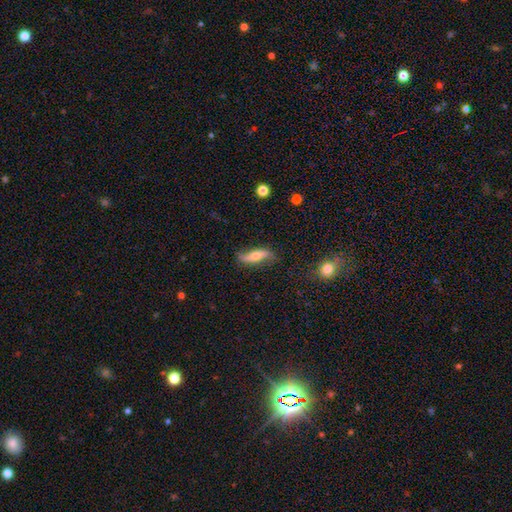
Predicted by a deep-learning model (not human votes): A featured or disk galaxy (65%).

Vote fractions:
- Smooth or featured? featured or disk: 65% / smooth: 28% / star or artifact: 7%
- Edge-on disk? no: 70% / yes: 30%
- Merging? none: 75% / minor disturbance: 17% / major disturbance: 5% / merger: 2%